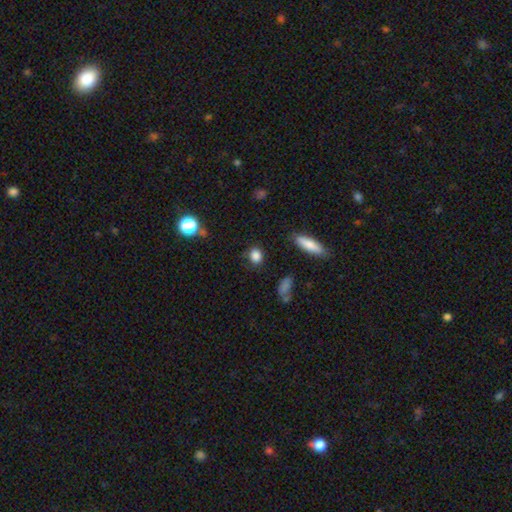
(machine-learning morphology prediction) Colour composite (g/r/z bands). It shows a smooth galaxy with no disk features (85%) that is round (61%). Merging: none (81%).